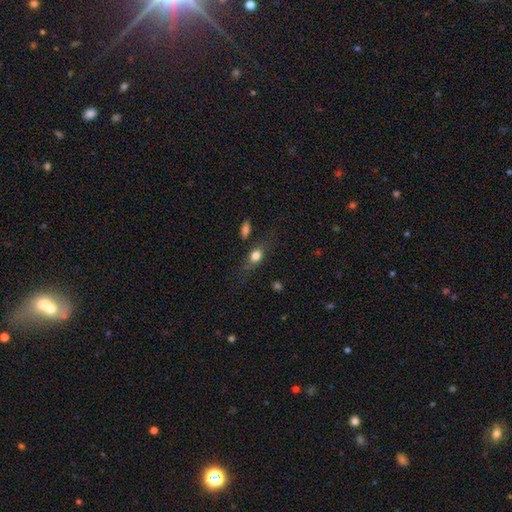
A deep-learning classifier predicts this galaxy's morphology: A smooth galaxy with no disk features (71%) that is in between round and cigar-shaped (59%). Merging: none (63%).